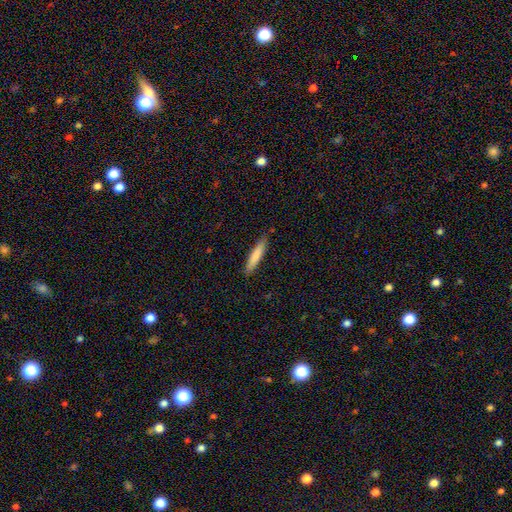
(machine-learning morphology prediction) Overall: smooth (80%). How rounded: cigar-shaped (88%). Merging: none (85%).